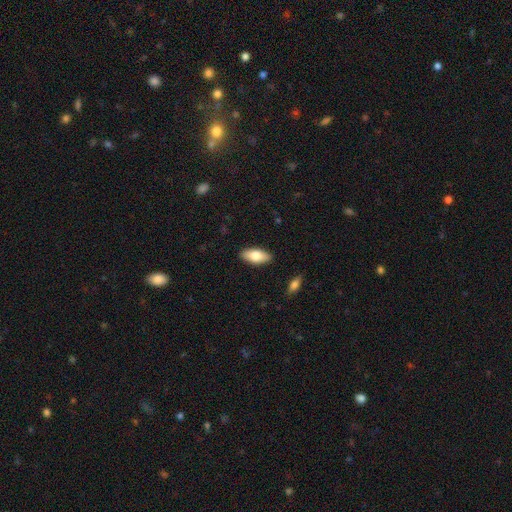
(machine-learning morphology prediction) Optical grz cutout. It shows a smooth galaxy with no disk features (77%) that is in between round and cigar-shaped (86%). Merging: none (89%).